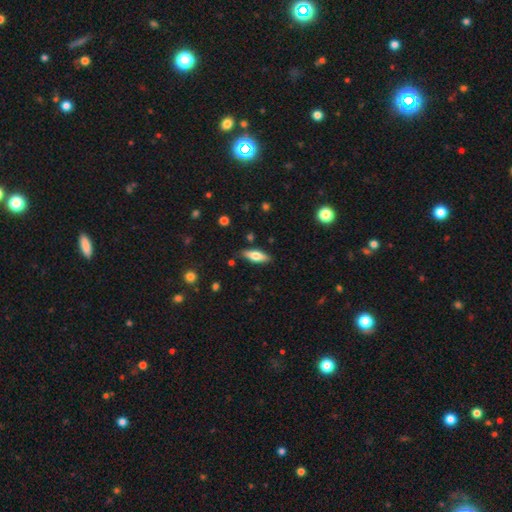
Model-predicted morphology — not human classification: This is likely a smooth galaxy (61%). How rounded: possibly in between (58%). Merging: clearly none (85%).